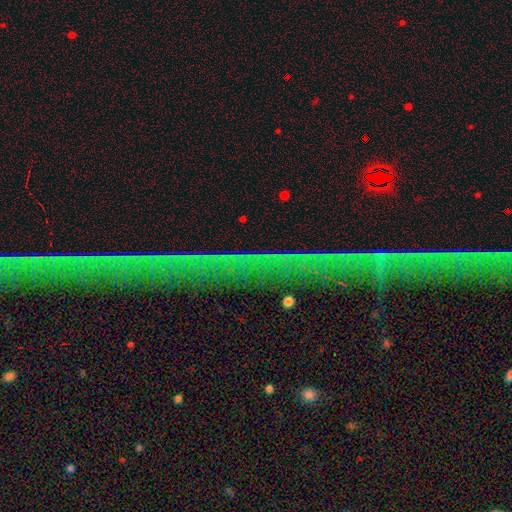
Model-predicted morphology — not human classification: star or artifact 74%, featured or disk 13%, smooth 13%.